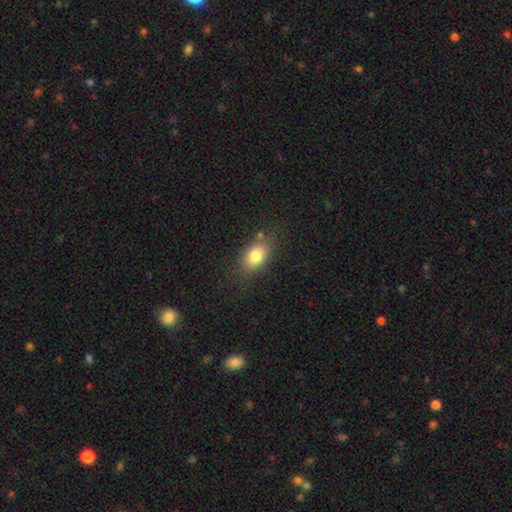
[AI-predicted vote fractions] Q: Smooth or featured?
A: smooth (80%); runner-up: featured or disk (11%)
Q: How rounded?
A: in between (80%); runner-up: round (18%)
Q: Merging?
A: none (75%); runner-up: minor disturbance (16%)